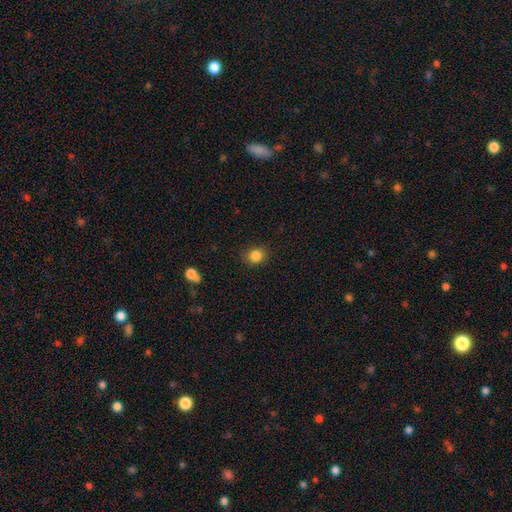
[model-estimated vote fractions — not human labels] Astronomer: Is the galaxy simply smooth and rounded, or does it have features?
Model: smooth — 85%.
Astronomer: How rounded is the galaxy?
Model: round — 74%.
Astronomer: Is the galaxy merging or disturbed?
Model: none — 85%.